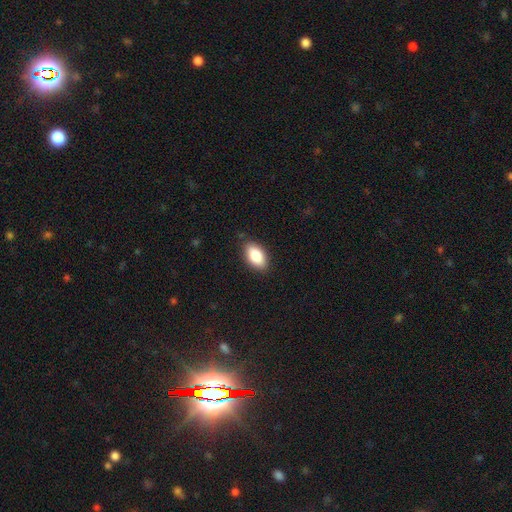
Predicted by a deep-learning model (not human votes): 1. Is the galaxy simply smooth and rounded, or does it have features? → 84% smooth, 9% featured or disk, 7% star or artifact.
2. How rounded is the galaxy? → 92% in between, 4% round, 3% cigar-shaped.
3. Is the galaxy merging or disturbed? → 86% none, 11% minor disturbance, 2% major disturbance, 1% merger.